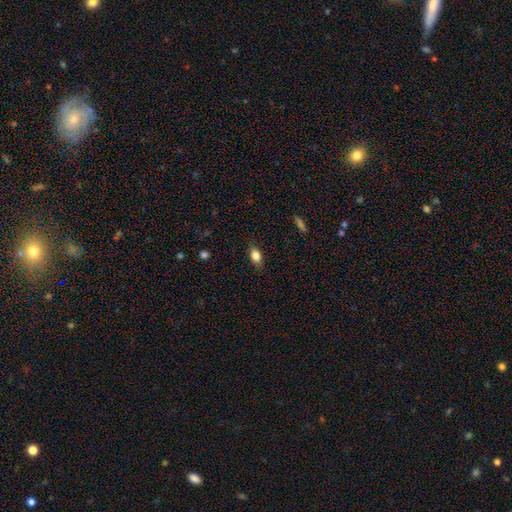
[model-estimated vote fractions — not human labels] Overall: smooth (82%). How rounded: in between (81%). Merging: none (82%).